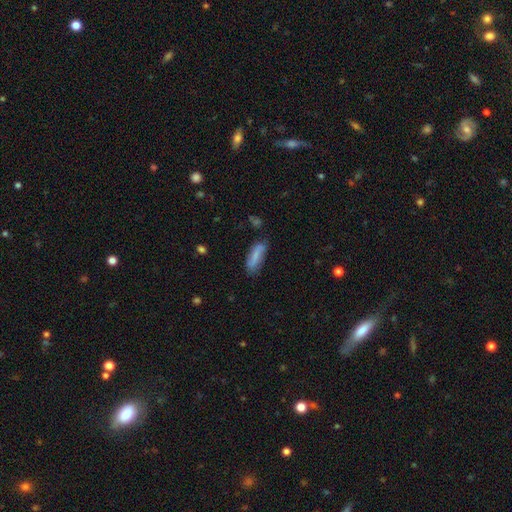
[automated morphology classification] A smooth galaxy with no disk features (73%) that is in between round and cigar-shaped (52%). Merging: none (67%).